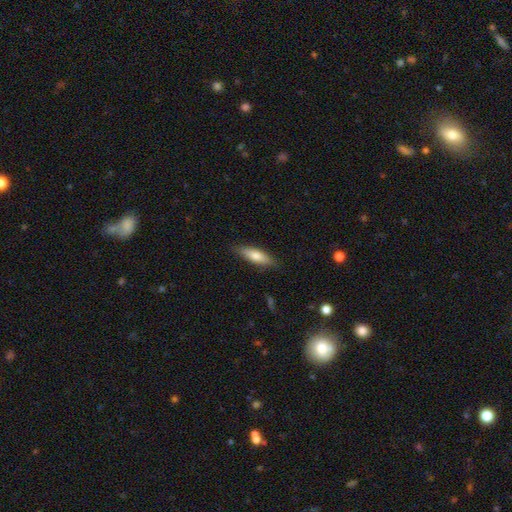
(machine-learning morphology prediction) smooth_or_featured: smooth (p=0.73) [alt: featured or disk p=0.21]
how_rounded: cigar-shaped (p=0.53) [alt: in between p=0.45]
merging: none (p=0.85) [alt: minor disturbance p=0.12]